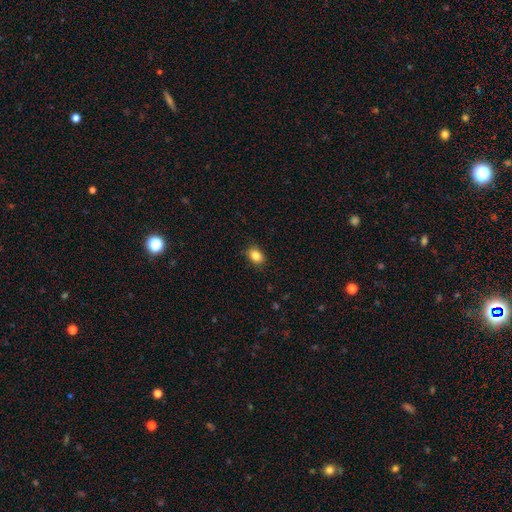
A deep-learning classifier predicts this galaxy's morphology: This is clearly a smooth galaxy (85%). How rounded: likely in between (74%). Merging: clearly none (86%).